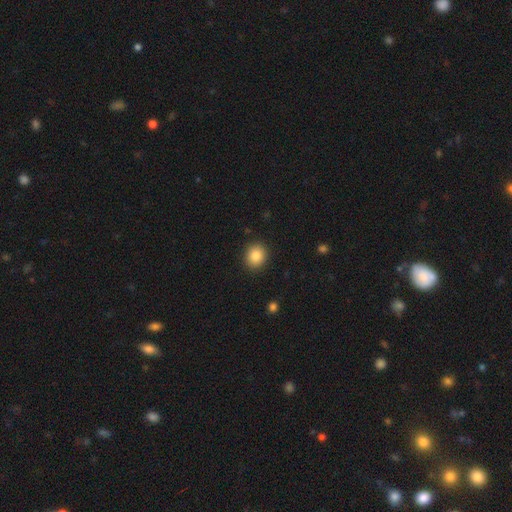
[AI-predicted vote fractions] A smooth galaxy with no disk features (85%) that is round (73%).

Vote fractions:
- Smooth or featured? smooth: 85% / star or artifact: 9% / featured or disk: 5%
- How rounded? round: 73% / in between: 26% / cigar-shaped: 1%
- Merging? none: 90% / minor disturbance: 6% / major disturbance: 2% / merger: 1%